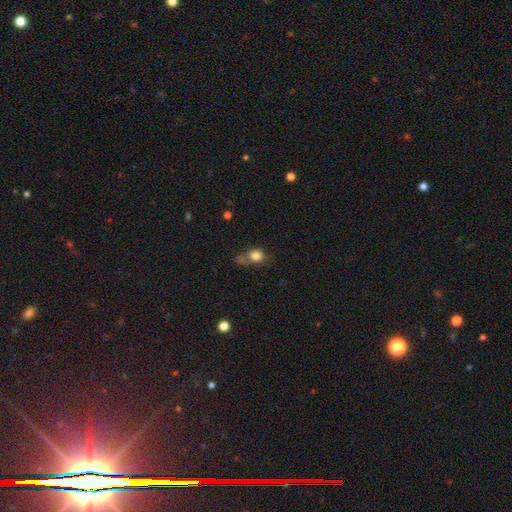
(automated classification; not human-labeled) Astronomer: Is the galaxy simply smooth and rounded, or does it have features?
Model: smooth — 81%.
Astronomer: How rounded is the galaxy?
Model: round — 63%.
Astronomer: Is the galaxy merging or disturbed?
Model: none — 49%.